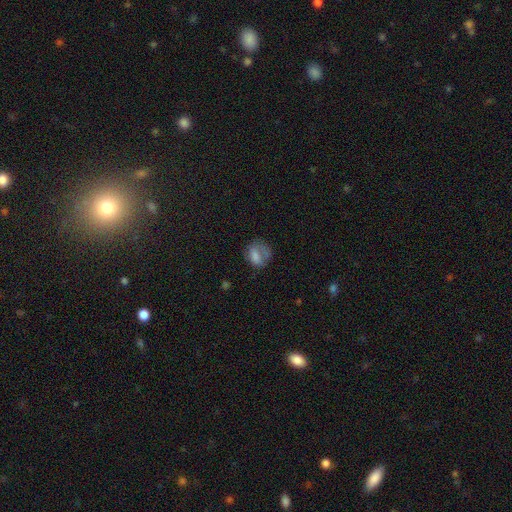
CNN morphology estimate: Q: Smooth or featured?
A: smooth (67%); runner-up: featured or disk (22%)
Q: How rounded?
A: in between (55%); runner-up: round (43%)
Q: Merging?
A: none (44%); runner-up: minor disturbance (26%)